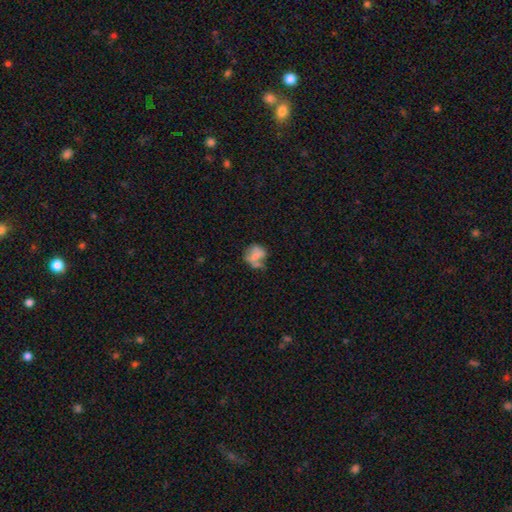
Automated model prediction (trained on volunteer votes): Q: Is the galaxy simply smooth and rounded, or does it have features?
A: smooth — 56%.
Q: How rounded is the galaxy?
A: round — 58%.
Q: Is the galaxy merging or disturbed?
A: none — 39%.